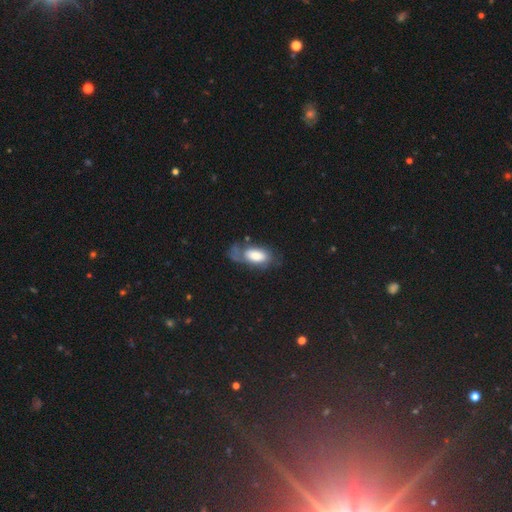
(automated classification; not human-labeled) Q: Smooth or featured?
A: smooth (64%); runner-up: featured or disk (29%)
Q: How rounded?
A: in between (91%); runner-up: cigar-shaped (6%)
Q: Merging?
A: none (39%); runner-up: major disturbance (29%)